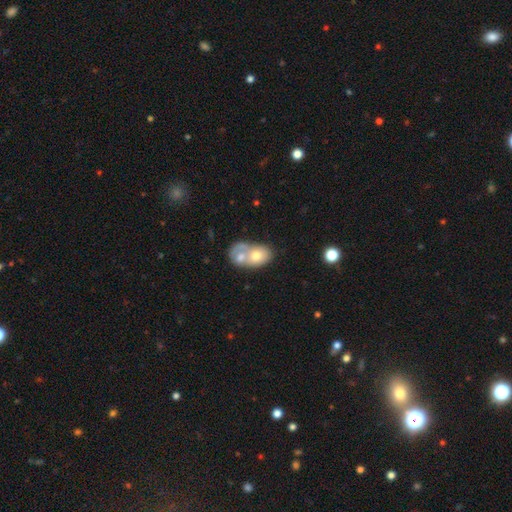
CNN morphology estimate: Overall: smooth (62%; featured or disk 31%). How rounded: in between (76%). Merging: merger (75%).